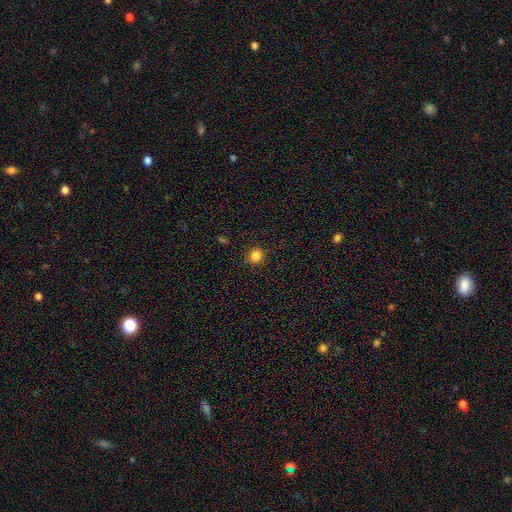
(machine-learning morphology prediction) This appears to be a smooth galaxy with no disk features (84%) that is round (84%). Merging: none (90%).